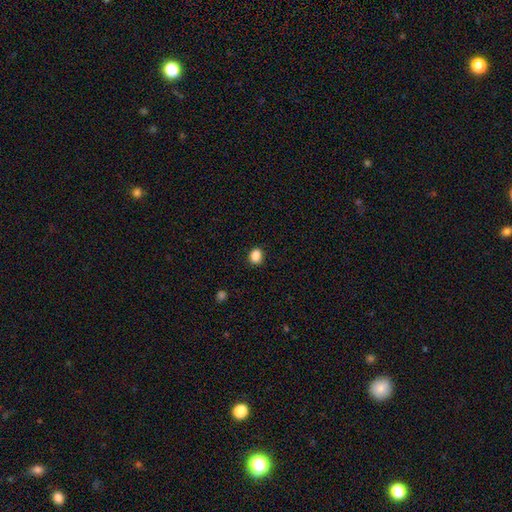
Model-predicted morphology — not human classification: This appears to be a smooth galaxy with no disk features (87%) that is round (55%). Merging: none (88%).